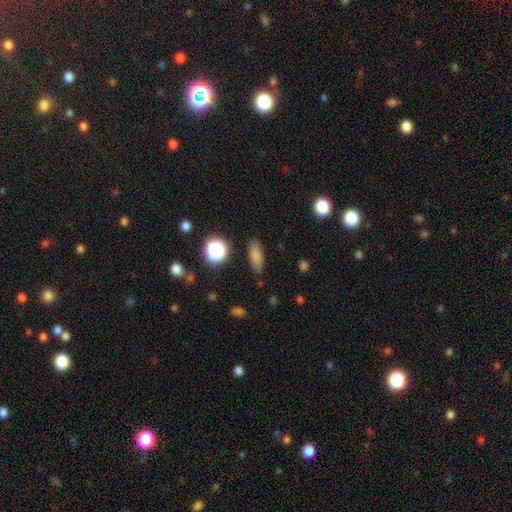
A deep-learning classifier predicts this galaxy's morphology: This appears to be a smooth galaxy with no disk features (78%) that is in between round and cigar-shaped (66%). Merging: none (85%).